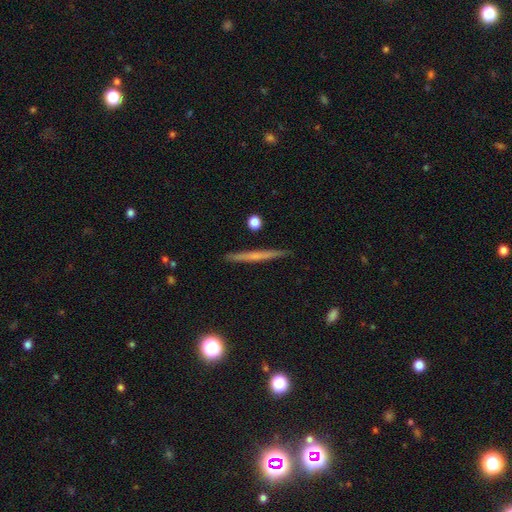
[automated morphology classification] Smooth or featured? Predicted: featured or disk (p=0.53). Edge-on disk? Predicted: yes (p=0.97). Edge-on bulge? Predicted: none (p=0.76). Merging? Predicted: none (p=0.91).